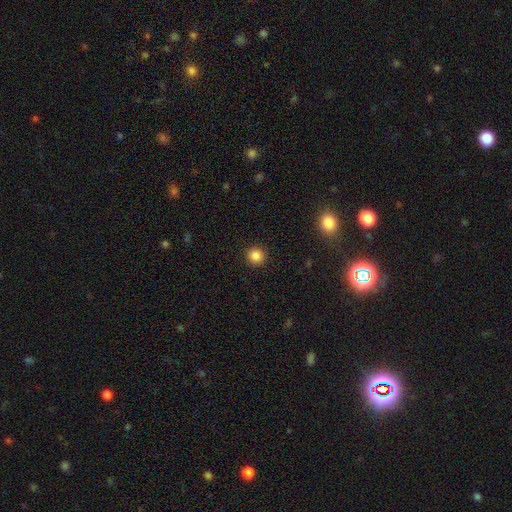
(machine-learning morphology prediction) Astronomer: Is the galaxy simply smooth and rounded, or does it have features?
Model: smooth — 85%.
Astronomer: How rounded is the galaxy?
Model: round — 95%.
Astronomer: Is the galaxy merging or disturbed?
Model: none — 92%.